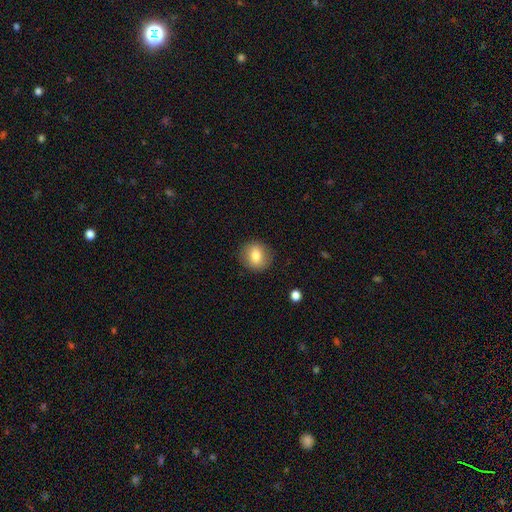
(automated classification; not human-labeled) smooth_or_featured: smooth (p=0.80) [alt: featured or disk p=0.12]
how_rounded: round (p=0.78) [alt: in between p=0.21]
merging: none (p=0.88) [alt: minor disturbance p=0.08]